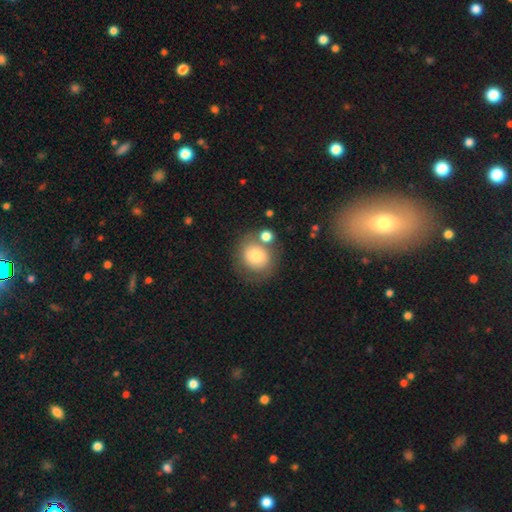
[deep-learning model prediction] smooth 73%, featured or disk 19%, star or artifact 9%. Down the decision tree: how rounded — round (83%); merging — none (62%).